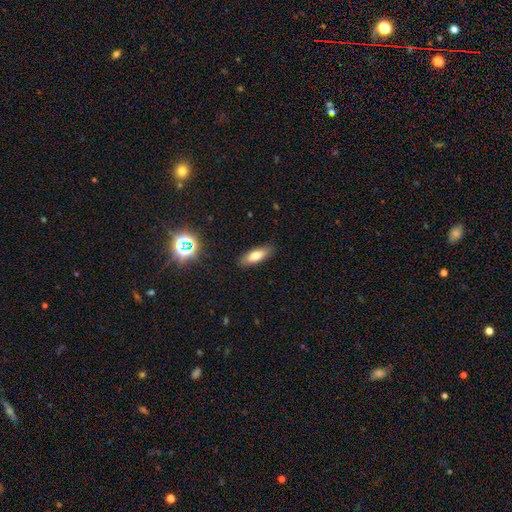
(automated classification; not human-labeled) smooth-or-featured: smooth: 73% | featured or disk: 18% | star or artifact: 9%
  how-rounded: in between: 64% | cigar-shaped: 33% | round: 3%
  merging: none: 87% | minor disturbance: 10% | major disturbance: 2% | merger: 1%